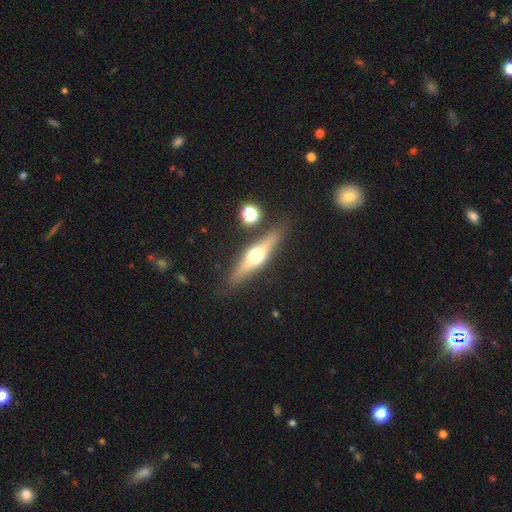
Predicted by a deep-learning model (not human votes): This is likely a featured or disk galaxy (61%). It is clearly viewed edge-on (93%). Edge-on bulge: clearly rounded (95%). Merging: clearly none (85%).